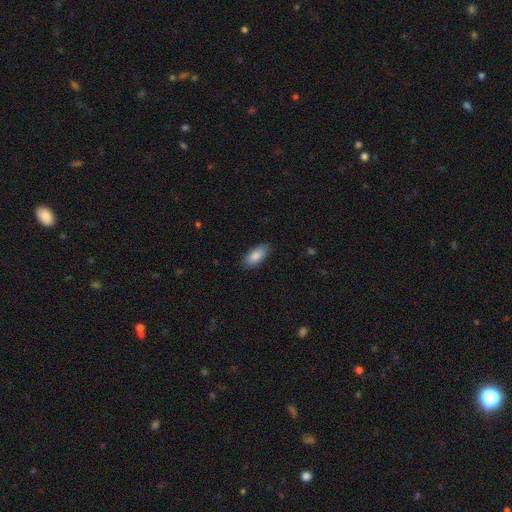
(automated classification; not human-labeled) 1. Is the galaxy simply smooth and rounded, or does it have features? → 86% smooth, 8% featured or disk, 6% star or artifact.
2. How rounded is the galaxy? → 90% in between, 8% cigar-shaped, 2% round.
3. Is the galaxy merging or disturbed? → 83% none, 13% minor disturbance, 3% major disturbance, 1% merger.